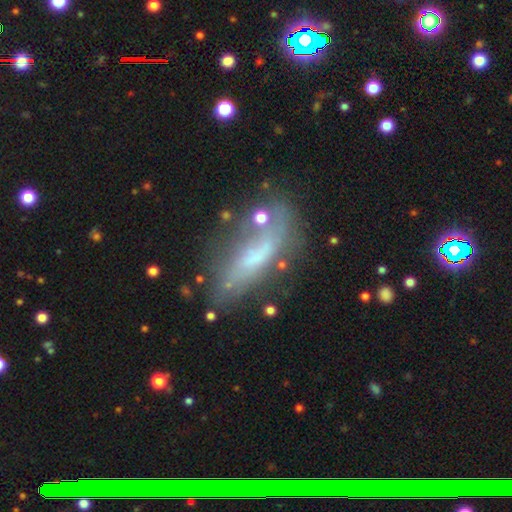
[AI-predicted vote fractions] Smooth or featured? Predicted: featured or disk (p=0.47). Merging? Predicted: none (p=0.51).